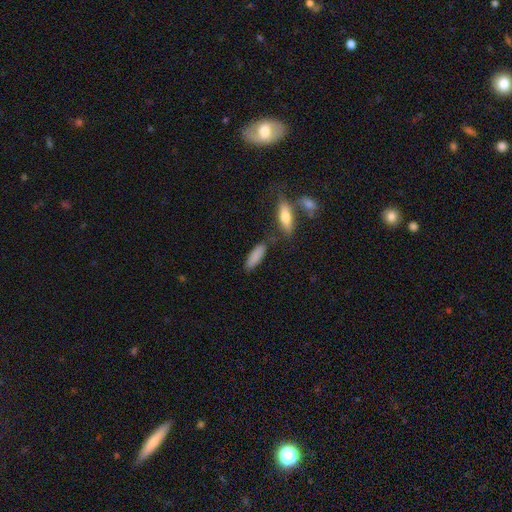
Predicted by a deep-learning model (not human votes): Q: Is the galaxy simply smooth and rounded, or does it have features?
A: smooth — 85%.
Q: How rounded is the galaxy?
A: in between — 54%.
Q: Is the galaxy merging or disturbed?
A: none — 73%.